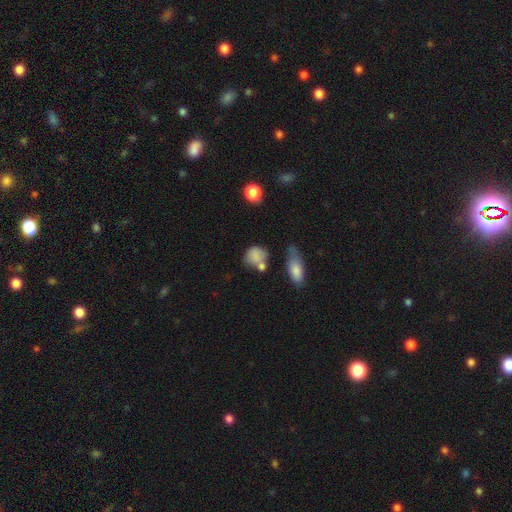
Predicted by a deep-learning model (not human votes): A smooth galaxy with no disk features (78%) that is round (61%).

Vote fractions:
- Smooth or featured? smooth: 78% / featured or disk: 12% / star or artifact: 10%
- How rounded? round: 61% / in between: 36% / cigar-shaped: 2%
- Merging? none: 43% / minor disturbance: 24% / merger: 22% / major disturbance: 11%